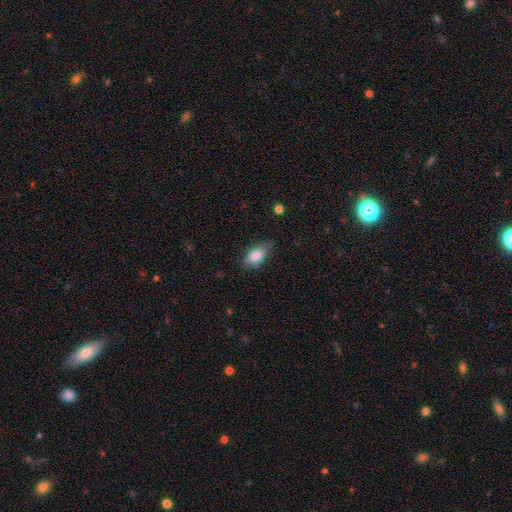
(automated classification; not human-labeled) Overall: smooth (80%). How rounded: in between (87%). Merging: none (68%).